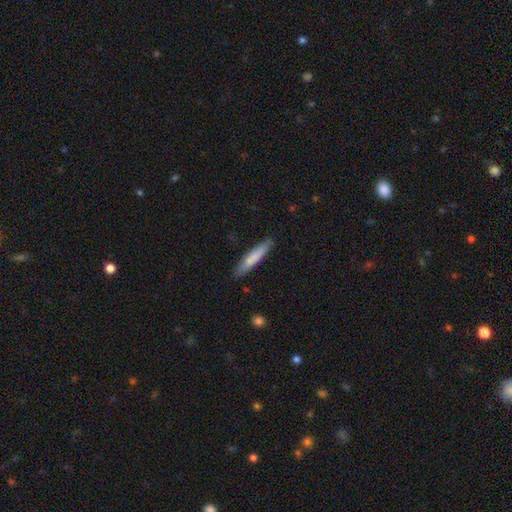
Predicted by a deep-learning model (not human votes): Smooth or featured? smooth (75%)
How rounded? cigar-shaped (92%)
Merging? none (89%)